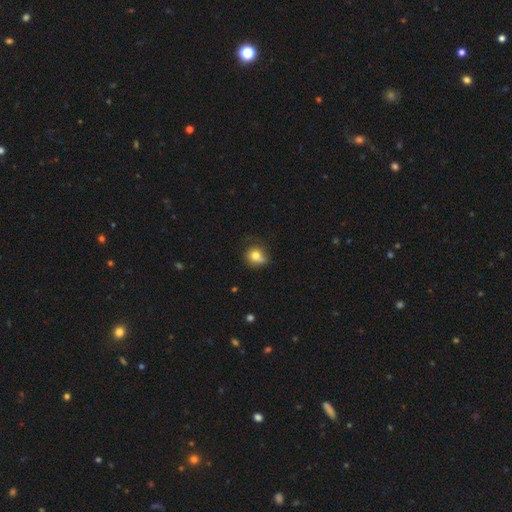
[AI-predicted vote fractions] Q: Smooth or featured?
A: smooth (77%); runner-up: featured or disk (13%)
Q: How rounded?
A: round (70%); runner-up: in between (28%)
Q: Merging?
A: none (51%); runner-up: minor disturbance (31%)